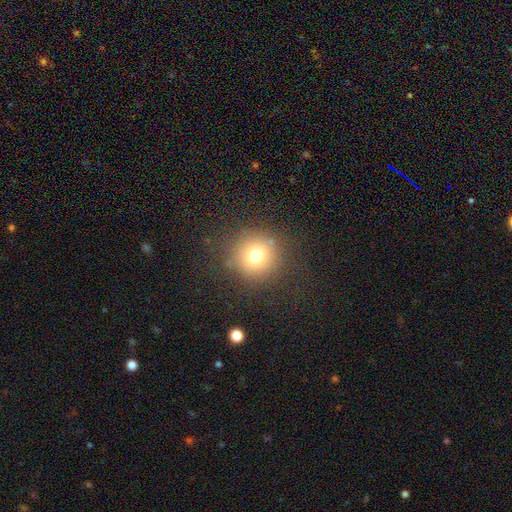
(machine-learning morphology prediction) The model was most divided on "smooth or featured": smooth: 73%, star or artifact: 16%, featured or disk: 11%. More confident: how rounded — round (94%); merging — none (82%).